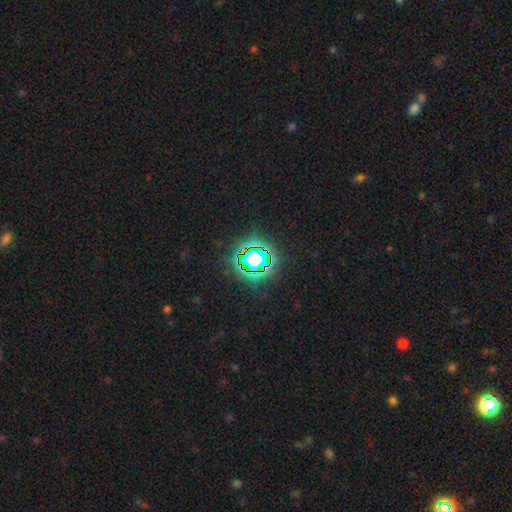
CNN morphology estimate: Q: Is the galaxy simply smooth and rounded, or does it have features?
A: star or artifact — 72%.